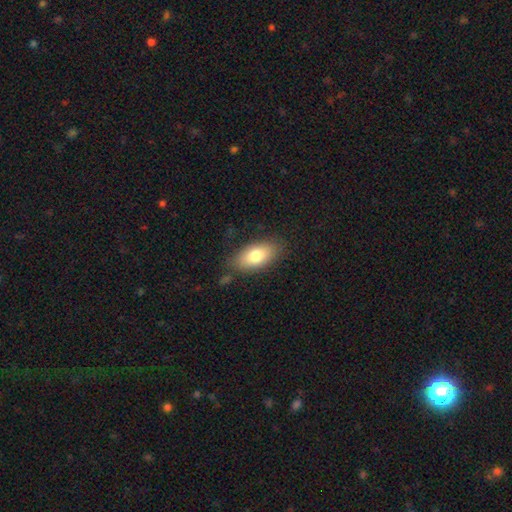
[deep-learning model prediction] Morphology: type=smooth (79%); roundness=in between (91%); merging=none (77%).